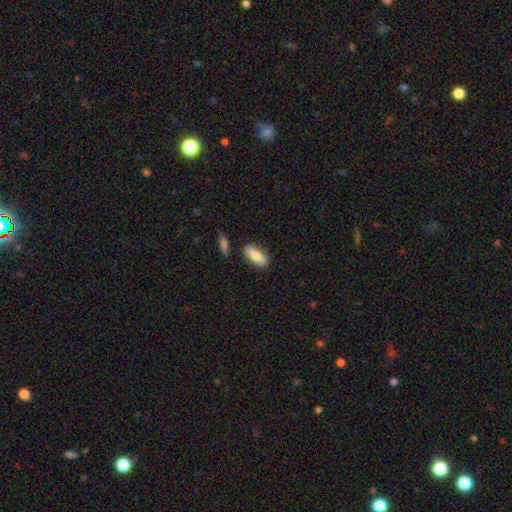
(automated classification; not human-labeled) Morphology: type=smooth (78%); roundness=in between (70%); merging=none (80%).